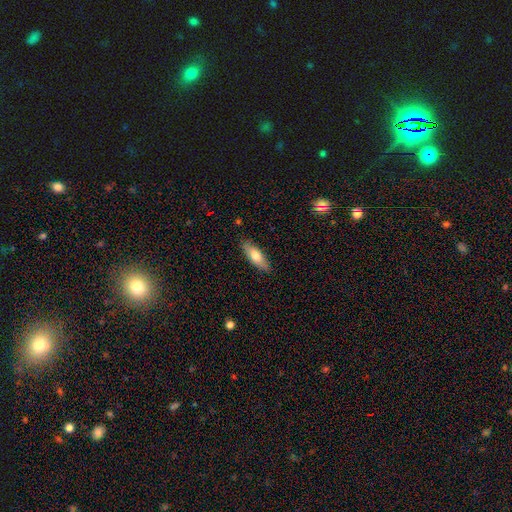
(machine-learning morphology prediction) The model was most divided on "how rounded": in between: 60%, cigar-shaped: 37%, round: 2%. More confident: merging — none (87%); smooth or featured — smooth (68%).